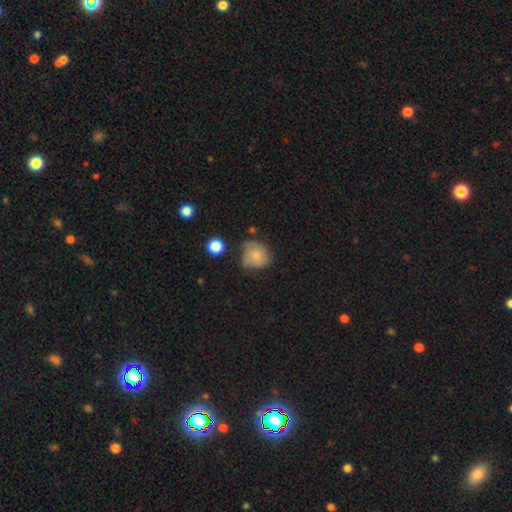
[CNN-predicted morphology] type=smooth (72%); roundness=round (72%); merging=none (46%).